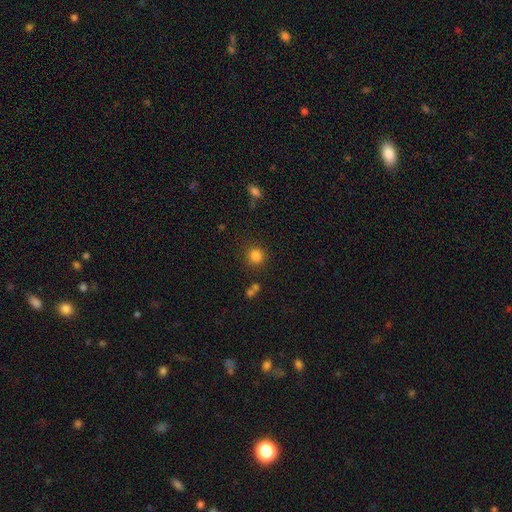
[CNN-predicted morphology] Overall: smooth (83%). How rounded: round (92%). Merging: none (85%).